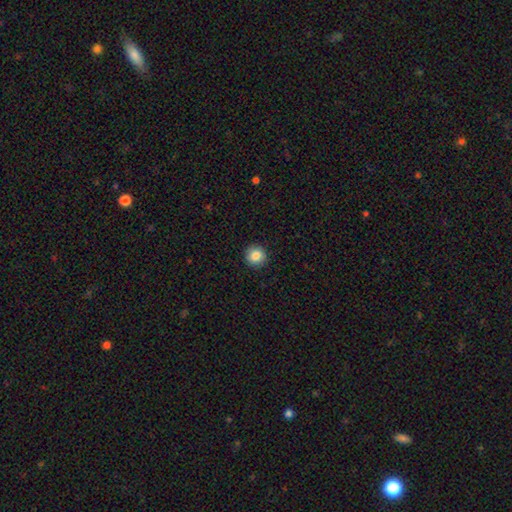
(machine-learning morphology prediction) A smooth galaxy with no disk features (86%) that is round (93%). Merging: none (92%).